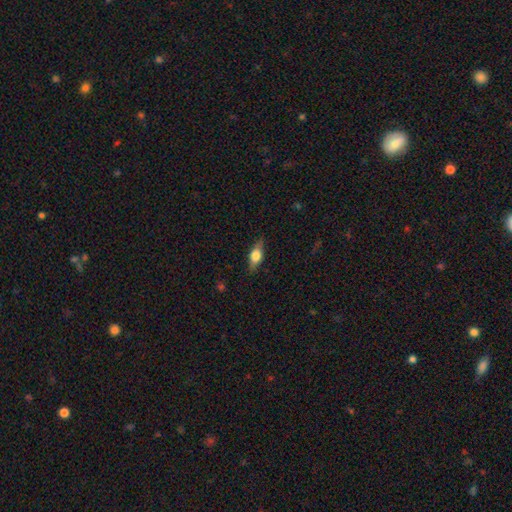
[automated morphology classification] This is possibly a smooth galaxy (54%). How rounded: likely in between (70%). Merging: clearly none (83%).